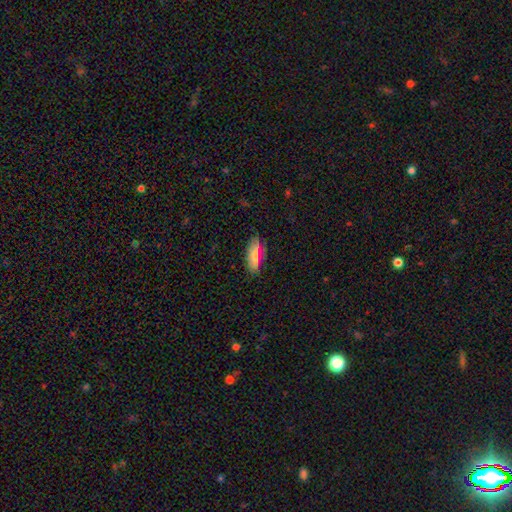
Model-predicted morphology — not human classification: This appears to be a smooth galaxy with no disk features (76%) that is in between round and cigar-shaped (74%). Merging: none (79%).